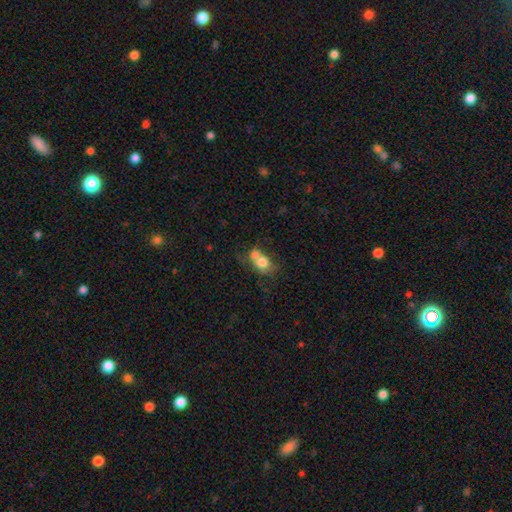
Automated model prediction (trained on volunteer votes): Smooth or featured?
  - smooth: 72% *
  - featured or disk: 18%
  - star or artifact: 10%
How rounded?
  - round: 59% *
  - in between: 40%
  - cigar-shaped: 1%
Merging?
  - merger: 60% *
  - none: 26%
  - minor disturbance: 9%
  - major disturbance: 5%